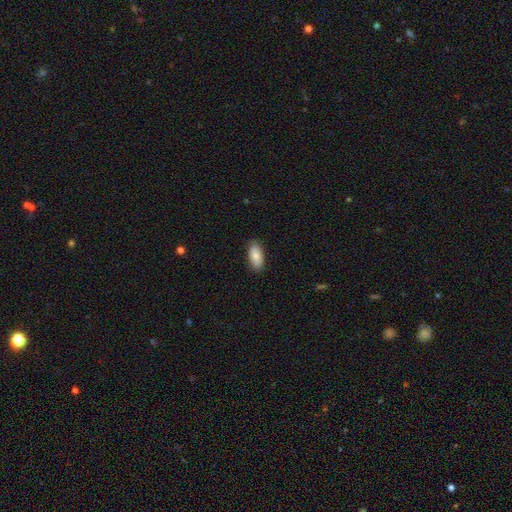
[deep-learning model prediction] This appears to be a smooth galaxy with no disk features (83%) that is in between round and cigar-shaped (91%). Merging: none (87%).